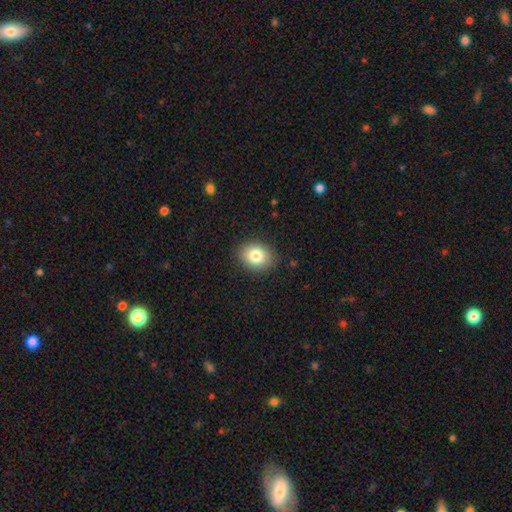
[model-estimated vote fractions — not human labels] Smooth or featured?
  - smooth: 81% *
  - featured or disk: 10%
  - star or artifact: 9%
How rounded?
  - in between: 51% *
  - round: 48%
  - cigar-shaped: 1%
Merging?
  - none: 87% *
  - minor disturbance: 9%
  - major disturbance: 2%
  - merger: 1%